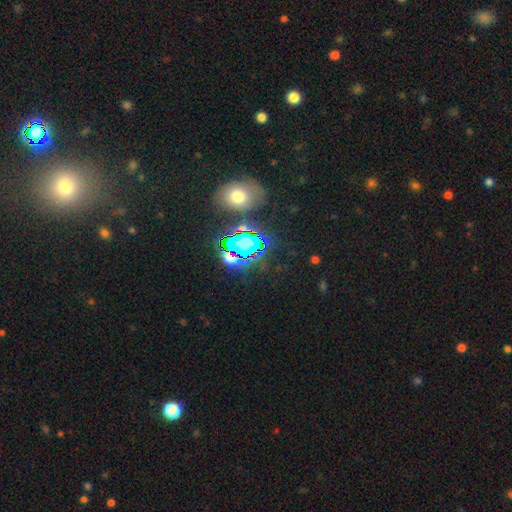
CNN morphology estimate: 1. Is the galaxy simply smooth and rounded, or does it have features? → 70% star or artifact, 19% smooth, 11% featured or disk.